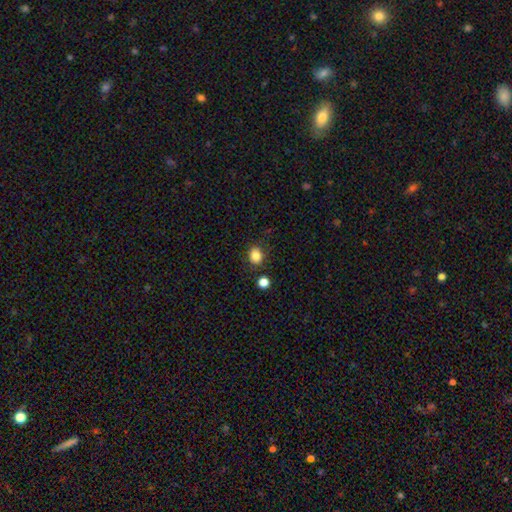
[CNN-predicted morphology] A smooth galaxy with no disk features (84%) that is round (61%). Merging: none (81%).